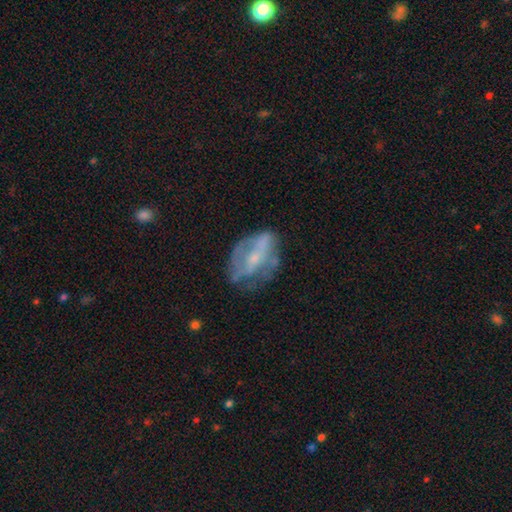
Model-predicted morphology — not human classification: featured or disk 64%, smooth 28%, star or artifact 8%. Down the decision tree: edge-on disk — no (94%); bar — no (45%); spiral arms — no (53%); bulge size — small (57%); merging — none (48%).